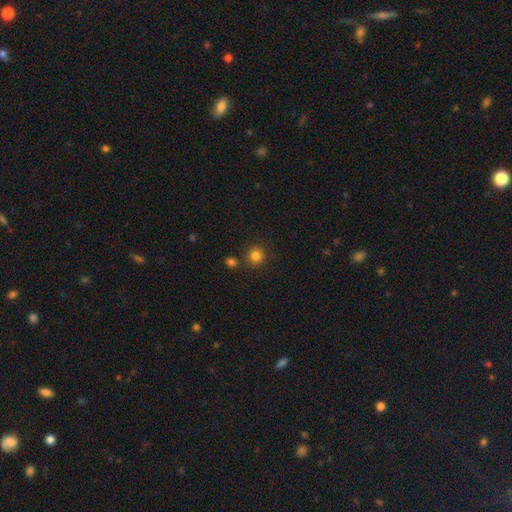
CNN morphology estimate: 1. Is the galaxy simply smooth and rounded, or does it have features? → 83% smooth, 13% star or artifact, 4% featured or disk.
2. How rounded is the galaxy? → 90% round, 9% in between, 1% cigar-shaped.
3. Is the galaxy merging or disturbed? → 83% none, 7% minor disturbance, 7% merger, 3% major disturbance.